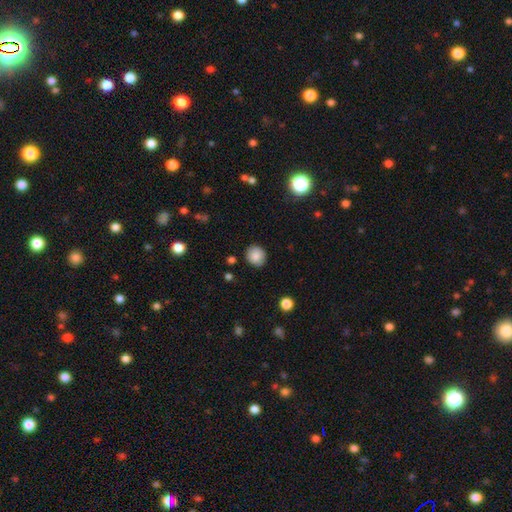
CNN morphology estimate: smooth_or_featured: smooth (p=0.86) [alt: star or artifact p=0.09]
how_rounded: round (p=0.82) [alt: in between p=0.18]
merging: none (p=0.87) [alt: minor disturbance p=0.09]